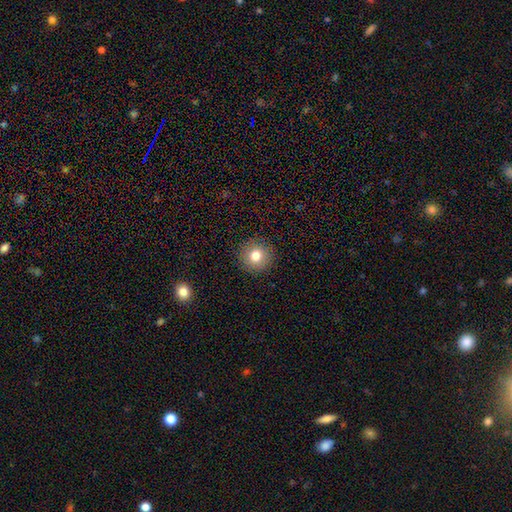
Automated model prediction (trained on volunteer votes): Smooth or featured: smooth — 79% (star or artifact — 11%)
How rounded: round — 95% (in between — 4%)
Merging: none — 92% (minor disturbance — 5%)